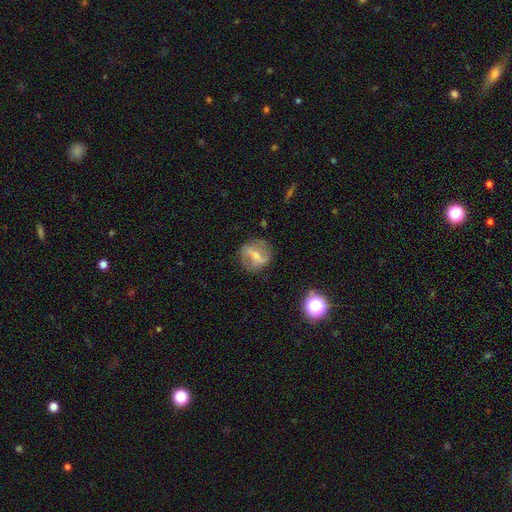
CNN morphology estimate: Smooth or featured: featured or disk — 62% (smooth — 30%)
Edge-on disk: no — 91% (yes — 9%)
Bar: strong — 56% (weak — 30%)
Spiral arms: yes — 60% (no — 40%)
Bulge size: small — 51% (moderate — 31%)
Merging: none — 72% (minor disturbance — 17%)